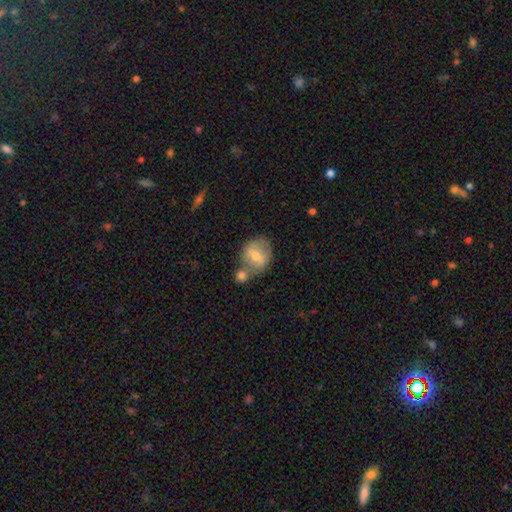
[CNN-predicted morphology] smooth_or_featured: smooth (p=0.56) [alt: featured or disk p=0.36]
how_rounded: round (p=0.52) [alt: in between p=0.46]
merging: none (p=0.48) [alt: merger p=0.31]